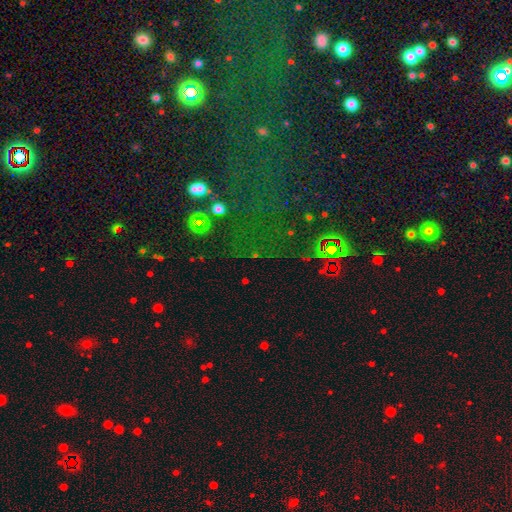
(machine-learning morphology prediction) type=star or artifact (71%).